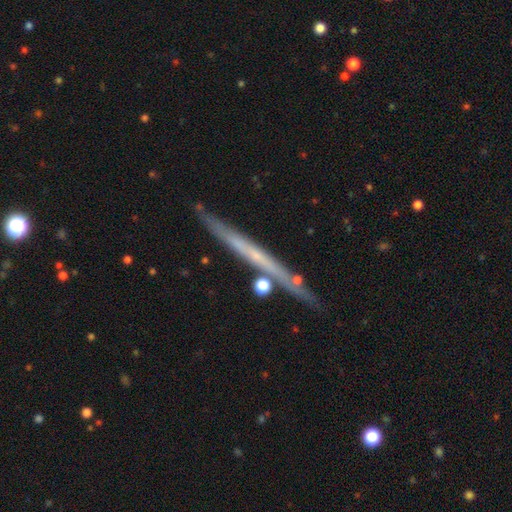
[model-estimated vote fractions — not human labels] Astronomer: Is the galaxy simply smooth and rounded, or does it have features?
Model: featured or disk — 65%.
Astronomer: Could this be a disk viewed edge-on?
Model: yes — 94%.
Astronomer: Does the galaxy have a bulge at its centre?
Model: none — 81%.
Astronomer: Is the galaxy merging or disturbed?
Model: none — 81%.